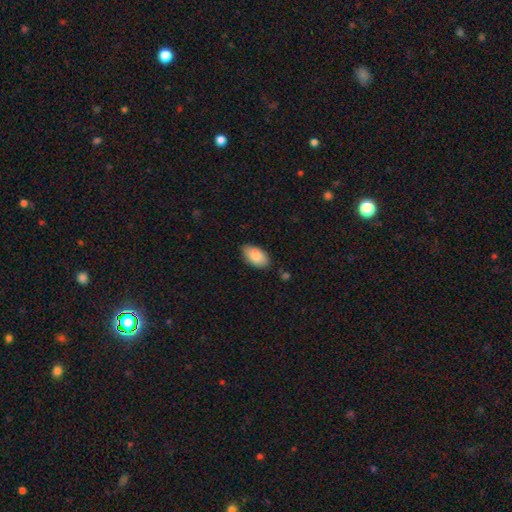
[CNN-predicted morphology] A smooth galaxy with no disk features (84%) that is in between round and cigar-shaped (94%).

Vote fractions:
- Smooth or featured? smooth: 84% / featured or disk: 10% / star or artifact: 6%
- How rounded? in between: 94% / round: 3% / cigar-shaped: 2%
- Merging? none: 77% / minor disturbance: 18% / major disturbance: 3% / merger: 2%